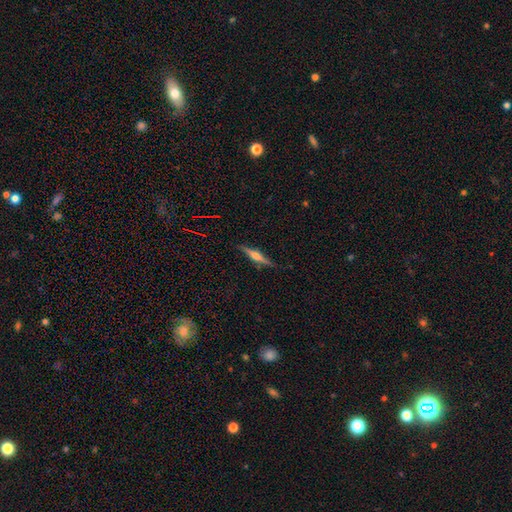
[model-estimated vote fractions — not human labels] A featured or disk galaxy (68%) viewed edge-on (98%) with a rounded central bulge (81%).

Vote fractions:
- Smooth or featured? featured or disk: 68% / smooth: 25% / star or artifact: 7%
- Edge-on disk? yes: 98% / no: 2%
- Edge-on bulge? rounded: 81% / boxy: 13% / none: 6%
- Merging? none: 88% / minor disturbance: 9% / major disturbance: 2% / merger: 1%